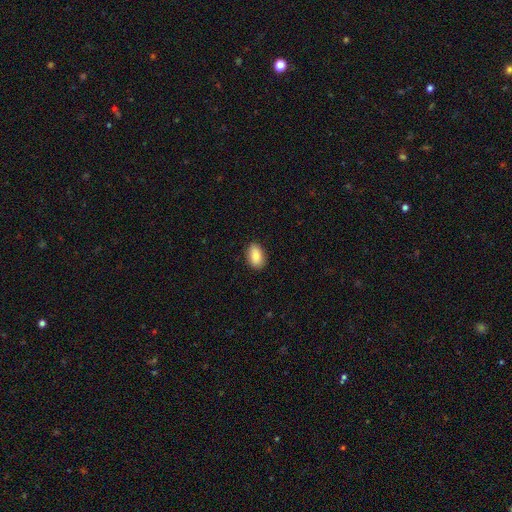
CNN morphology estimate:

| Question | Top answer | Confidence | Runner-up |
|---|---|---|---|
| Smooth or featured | smooth | 88% | star or artifact (7%) |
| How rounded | in between | 92% | round (7%) |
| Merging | none | 87% | minor disturbance (10%) |